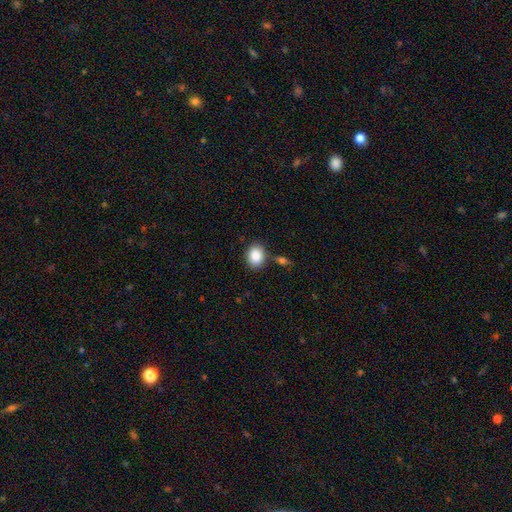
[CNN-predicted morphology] This appears to be a smooth galaxy with no disk features (87%) that is in between round and cigar-shaped (50%). Merging: none (77%).